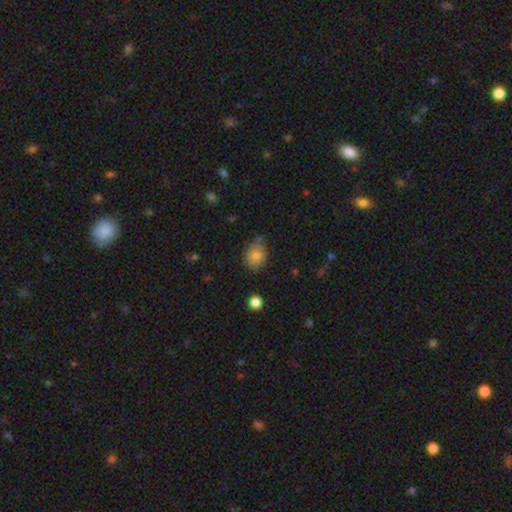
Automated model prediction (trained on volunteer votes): Smooth or featured: smooth — 81% (star or artifact — 9%)
How rounded: round — 59% (in between — 40%)
Merging: none — 71% (minor disturbance — 20%)